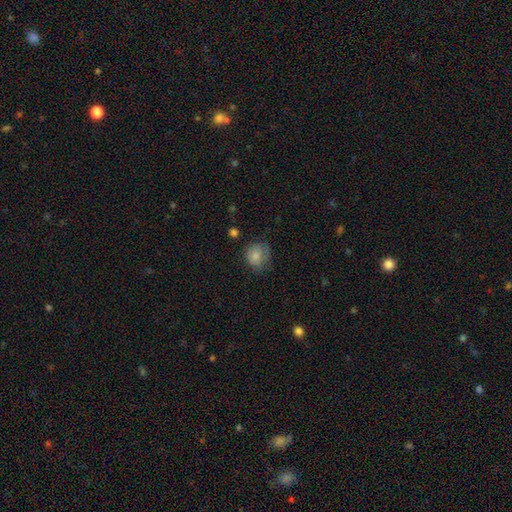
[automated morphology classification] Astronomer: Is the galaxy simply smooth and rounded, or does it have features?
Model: smooth — 75%.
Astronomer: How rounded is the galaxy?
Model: round — 72%.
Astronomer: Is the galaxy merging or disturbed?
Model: none — 53% (runner-up: minor disturbance, 30%).